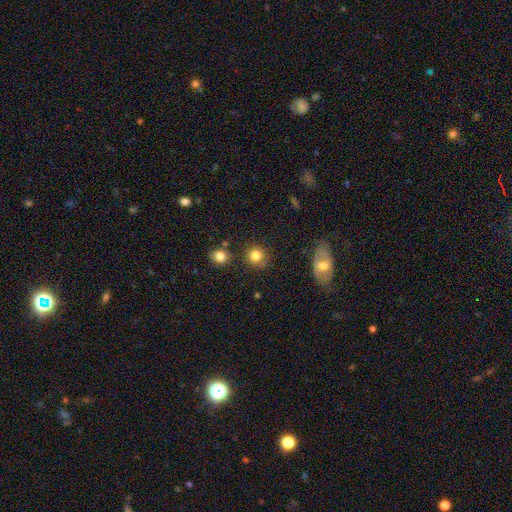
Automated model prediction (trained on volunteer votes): smooth_or_featured: smooth (p=0.83) [alt: star or artifact p=0.11]
how_rounded: round (p=0.90) [alt: in between p=0.09]
merging: none (p=0.83) [alt: minor disturbance p=0.10]